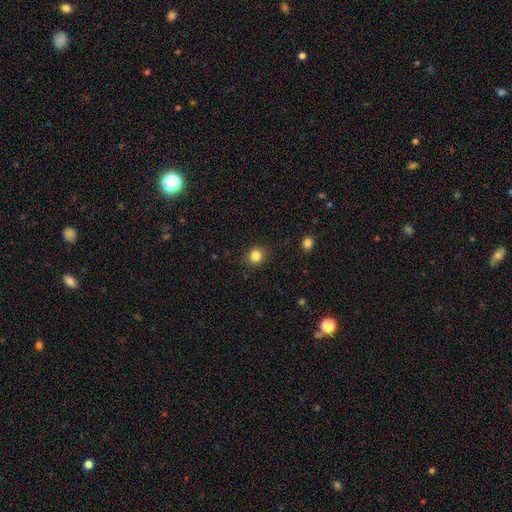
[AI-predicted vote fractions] This appears to be a smooth galaxy with no disk features (84%) that is round (86%). Merging: none (90%).